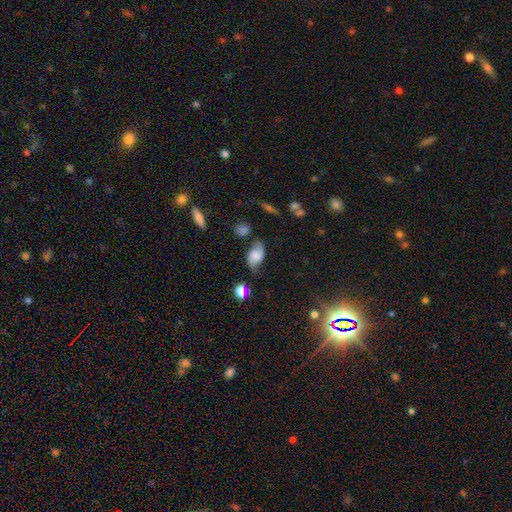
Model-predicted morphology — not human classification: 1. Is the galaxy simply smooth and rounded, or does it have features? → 45% featured or disk, 44% smooth, 10% star or artifact.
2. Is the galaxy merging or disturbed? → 62% none, 25% minor disturbance, 9% major disturbance, 5% merger.